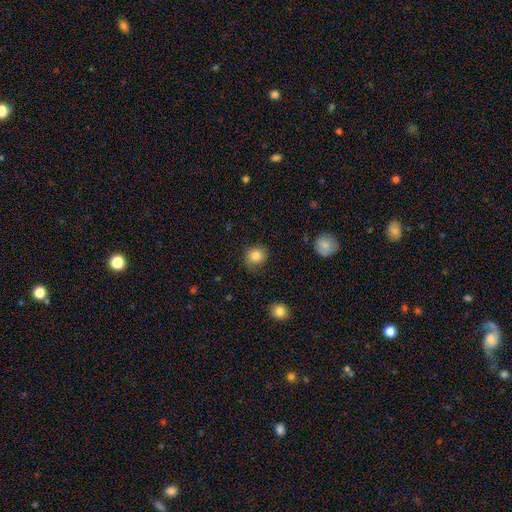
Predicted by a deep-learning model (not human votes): A smooth galaxy with no disk features (84%) that is round (85%). Merging: none (78%).